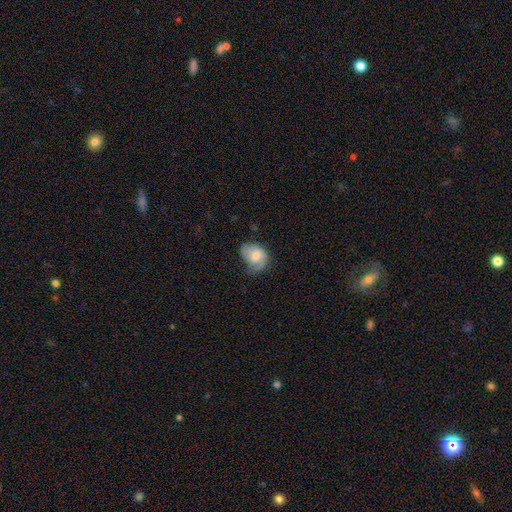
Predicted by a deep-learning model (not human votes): smooth-or-featured: smooth: 56% | featured or disk: 37% | star or artifact: 7%
  how-rounded: in between: 67% | round: 32% | cigar-shaped: 1%
  merging: minor disturbance: 38% | none: 35% | major disturbance: 25% | merger: 2%